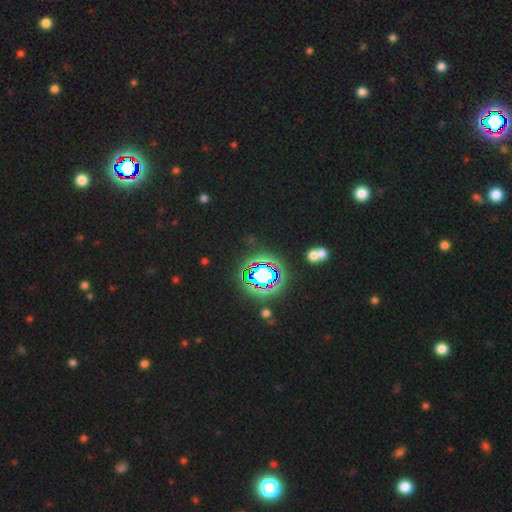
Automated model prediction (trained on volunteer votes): This is clearly a star or artifact rather than a galaxy (82%).